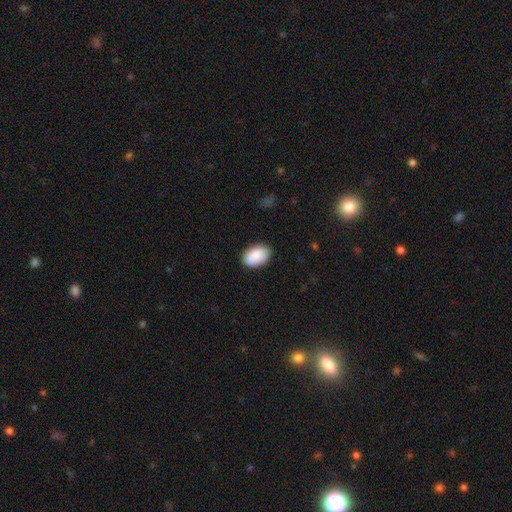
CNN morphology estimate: A smooth galaxy with no disk features (89%) that is in between round and cigar-shaped (93%). Merging: none (86%).